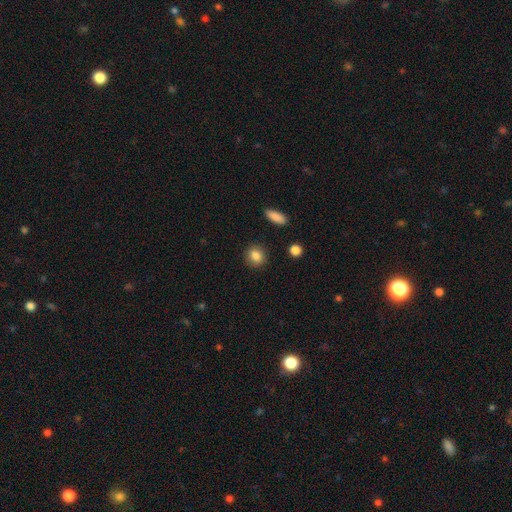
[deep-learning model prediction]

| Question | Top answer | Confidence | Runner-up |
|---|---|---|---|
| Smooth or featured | smooth | 85% | star or artifact (9%) |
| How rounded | round | 73% | in between (25%) |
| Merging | none | 89% | minor disturbance (7%) |